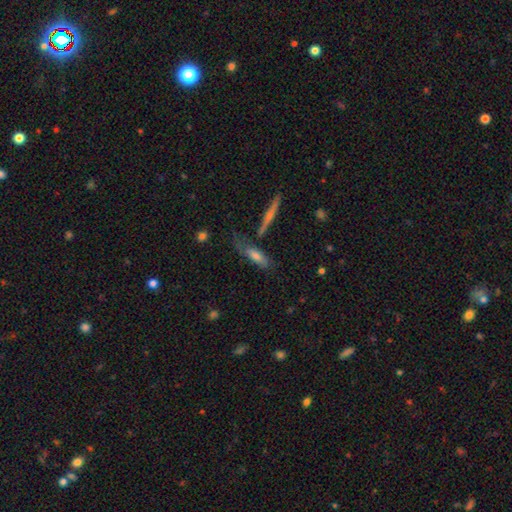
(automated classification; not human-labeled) smooth-or-featured: smooth: 51% | featured or disk: 39% | star or artifact: 10%
  how-rounded: cigar-shaped: 50% | in between: 47% | round: 3%
  merging: none: 54% | minor disturbance: 21% | merger: 14% | major disturbance: 11%